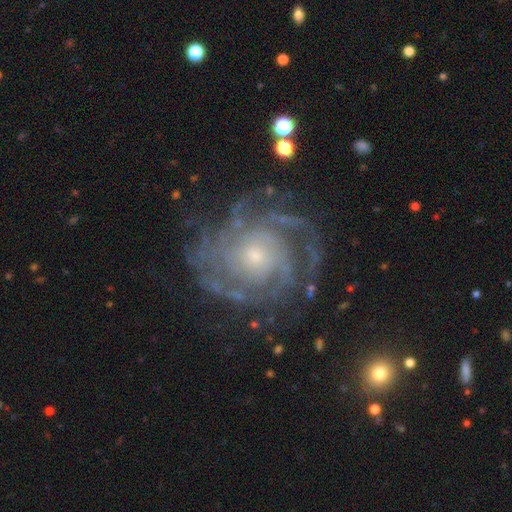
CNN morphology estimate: featured or disk 89%, star or artifact 6%, smooth 5%. Down the decision tree: edge-on disk — no (98%); bar — no (77%); spiral arms — yes (97%); spiral arm count — can't tell (26%); spiral winding — tight (71%); bulge size — small (62%); merging — none (73%).